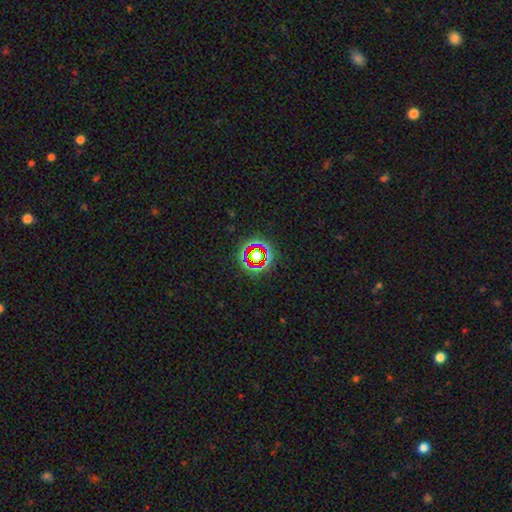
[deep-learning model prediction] Smooth or featured?
  - star or artifact: 63% *
  - smooth: 23%
  - featured or disk: 14%